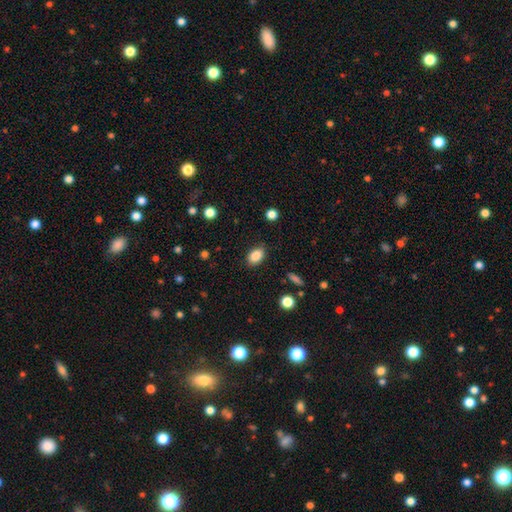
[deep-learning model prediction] The model was most divided on "how rounded": in between: 86%, round: 12%, cigar-shaped: 2%. More confident: smooth or featured — smooth (87%); merging — none (86%).